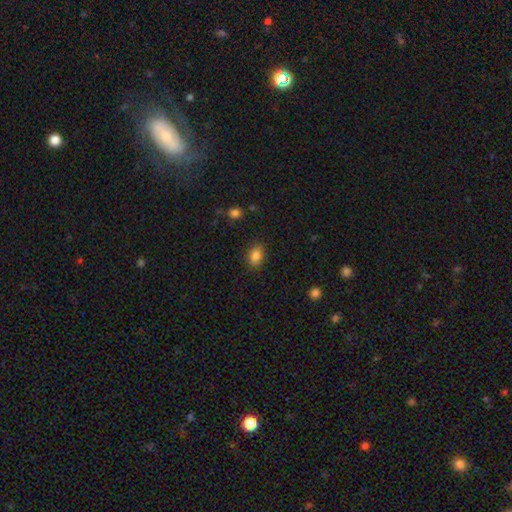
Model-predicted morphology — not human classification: This is clearly a smooth galaxy (85%). How rounded: likely in between (75%). Merging: clearly none (85%).